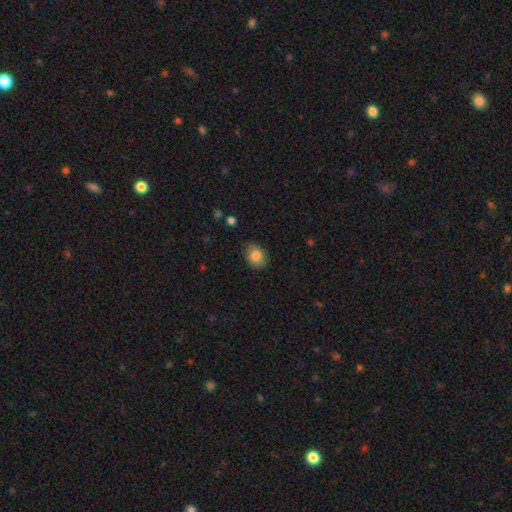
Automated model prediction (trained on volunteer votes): A smooth galaxy with no disk features (82%) that is in between round and cigar-shaped (54%).

Vote fractions:
- Smooth or featured? smooth: 82% / featured or disk: 9% / star or artifact: 9%
- How rounded? in between: 54% / round: 45% / cigar-shaped: 1%
- Merging? none: 80% / minor disturbance: 16% / major disturbance: 3% / merger: 1%